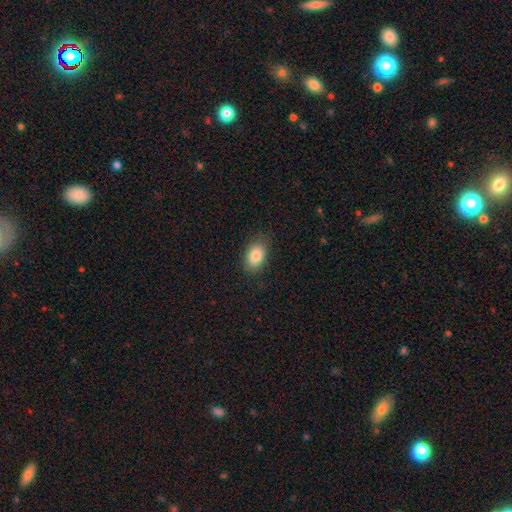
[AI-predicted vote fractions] A smooth galaxy with no disk features (86%) that is in between round and cigar-shaped (88%). Merging: none (84%).